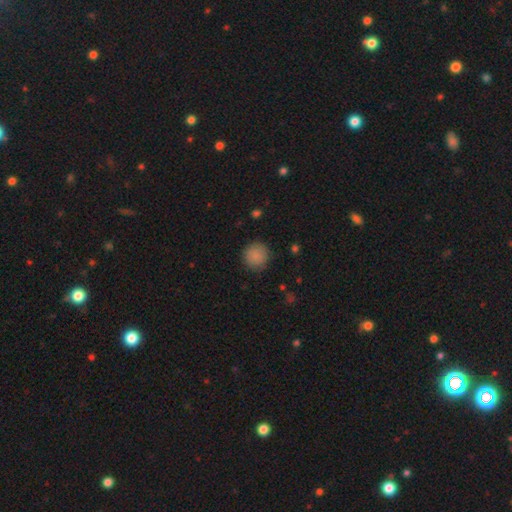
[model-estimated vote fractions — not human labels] smooth-or-featured: smooth: 87% | star or artifact: 8% | featured or disk: 5%
  how-rounded: round: 93% | in between: 6% | cigar-shaped: 1%
  merging: none: 86% | minor disturbance: 10% | major disturbance: 3% | merger: 1%